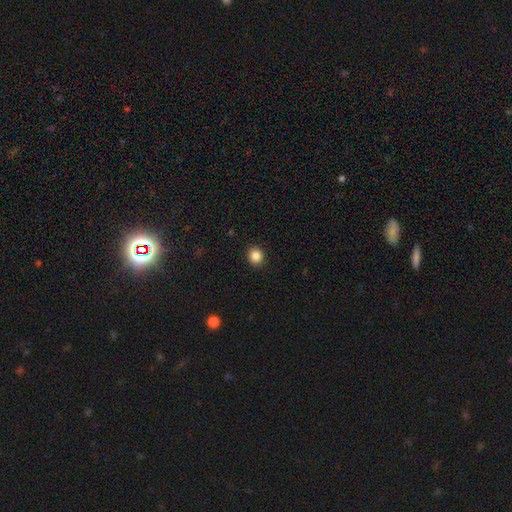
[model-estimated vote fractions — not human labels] A smooth galaxy with no disk features (86%) that is round (82%).

Vote fractions:
- Smooth or featured? smooth: 86% / star or artifact: 10% / featured or disk: 4%
- How rounded? round: 82% / in between: 17% / cigar-shaped: 1%
- Merging? none: 92% / minor disturbance: 6% / major disturbance: 2% / merger: 1%